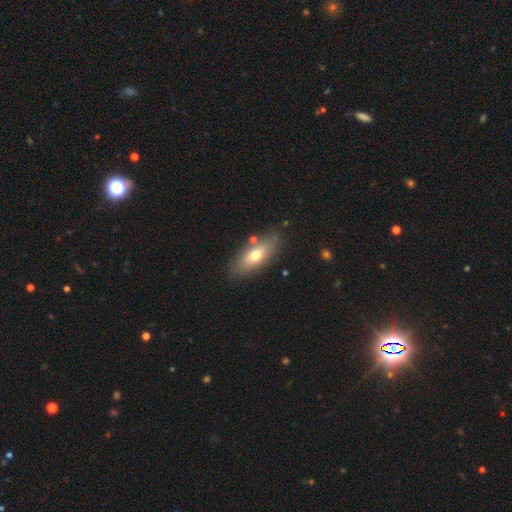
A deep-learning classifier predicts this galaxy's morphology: smooth 64%, featured or disk 29%, star or artifact 7%. Down the decision tree: how rounded — in between (78%); merging — none (79%).